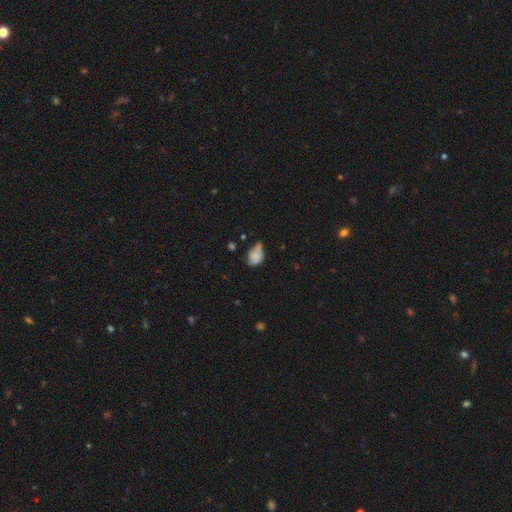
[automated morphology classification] smooth-or-featured: smooth: 75% | featured or disk: 15% | star or artifact: 10%
  how-rounded: in between: 72% | round: 26% | cigar-shaped: 2%
  merging: minor disturbance: 43% | none: 32% | major disturbance: 16% | merger: 9%